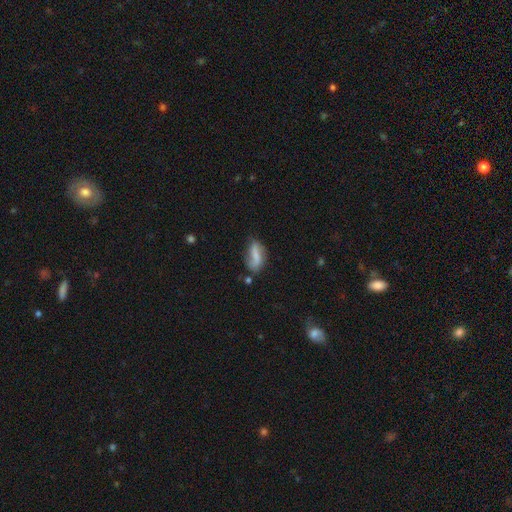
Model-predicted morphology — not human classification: This appears to be a smooth galaxy with no disk features (49%). Merging: none (54%).